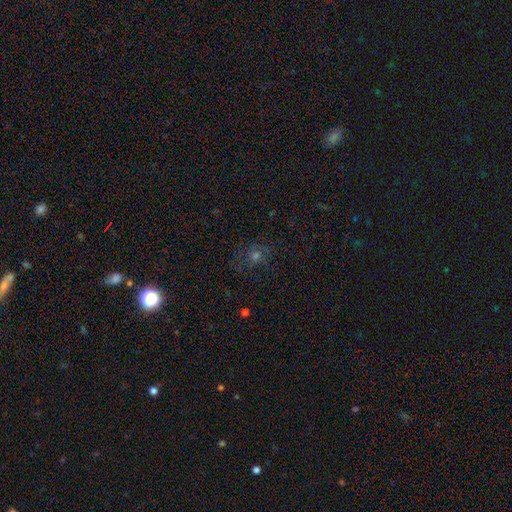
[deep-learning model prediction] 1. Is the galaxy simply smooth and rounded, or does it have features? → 37% star or artifact, 36% smooth, 26% featured or disk.